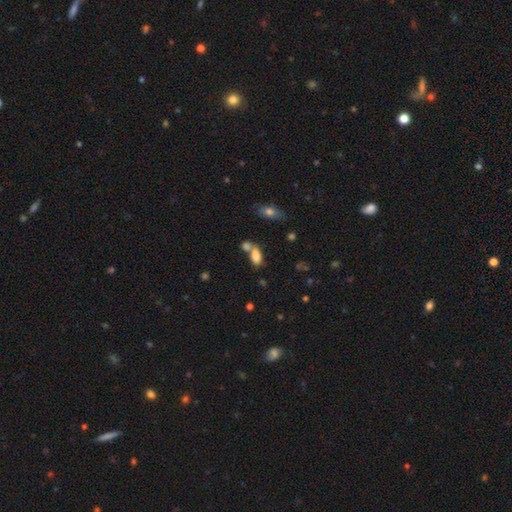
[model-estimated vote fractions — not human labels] Smooth or featured?
  - smooth: 82% *
  - star or artifact: 10%
  - featured or disk: 8%
How rounded?
  - in between: 89% *
  - cigar-shaped: 6%
  - round: 5%
Merging?
  - merger: 46% *
  - none: 38%
  - minor disturbance: 11%
  - major disturbance: 5%